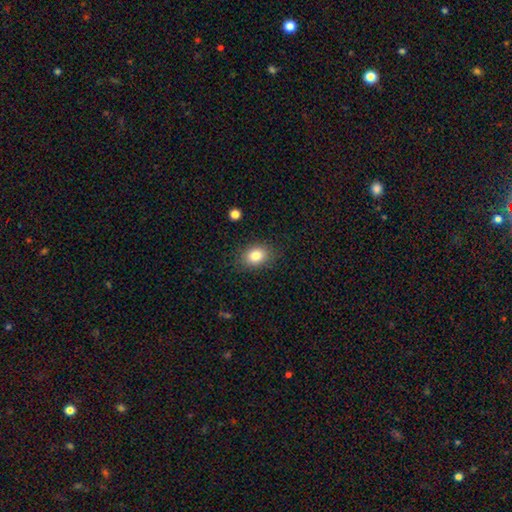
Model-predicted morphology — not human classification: The model was most divided on "how rounded": in between: 69%, round: 29%, cigar-shaped: 1%. More confident: smooth or featured — smooth (83%); merging — none (83%).